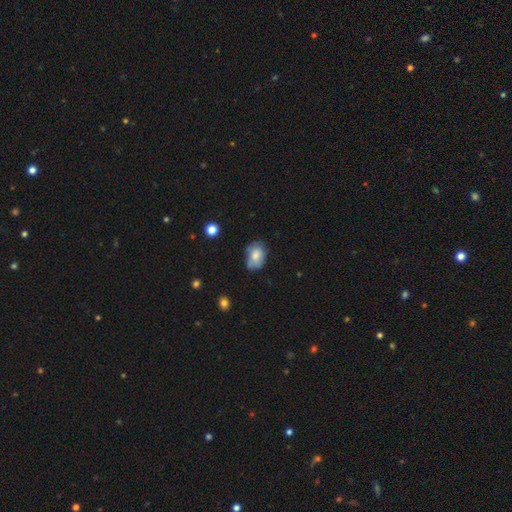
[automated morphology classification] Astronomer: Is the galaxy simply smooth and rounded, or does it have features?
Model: smooth — 74%.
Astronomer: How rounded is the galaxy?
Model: in between — 76%.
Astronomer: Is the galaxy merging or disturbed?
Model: none — 56% (runner-up: minor disturbance, 32%).